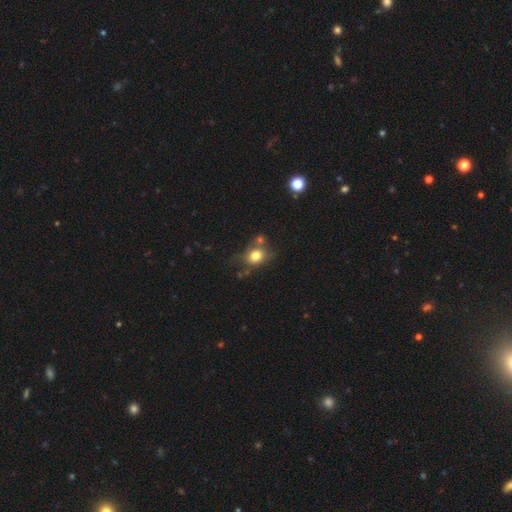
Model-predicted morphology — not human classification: This is likely a smooth galaxy (77%). How rounded: likely round (62%). Merging: possibly none (56%).